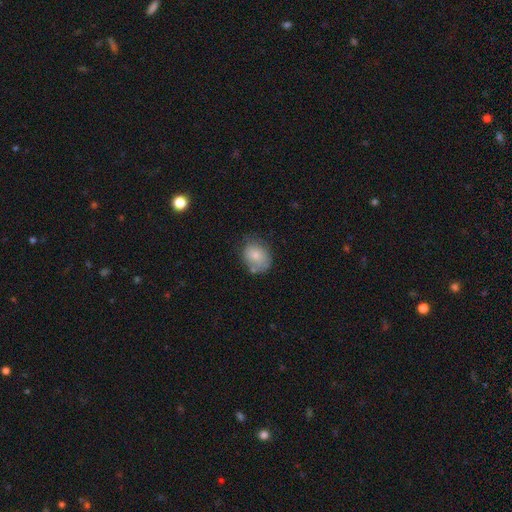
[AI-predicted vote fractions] This appears to be a smooth galaxy with no disk features (77%) that is in between round and cigar-shaped (54%). Merging: none (59%).